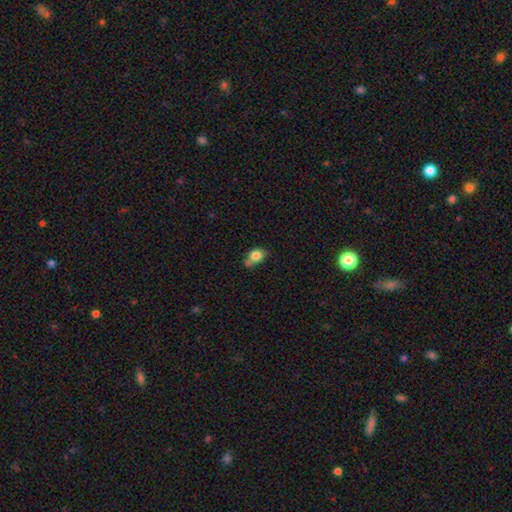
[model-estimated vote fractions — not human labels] Smooth or featured?
  - smooth: 80% *
  - featured or disk: 10%
  - star or artifact: 9%
How rounded?
  - in between: 55% *
  - round: 44%
  - cigar-shaped: 2%
Merging?
  - none: 40% *
  - merger: 28%
  - minor disturbance: 24%
  - major disturbance: 8%